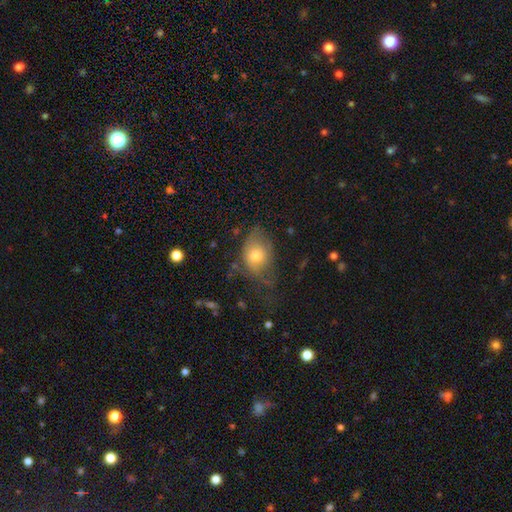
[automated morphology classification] smooth_or_featured: smooth (p=0.69) [alt: featured or disk p=0.21]
how_rounded: in between (p=0.68) [alt: round p=0.30]
merging: none (p=0.37) [alt: minor disturbance p=0.32]